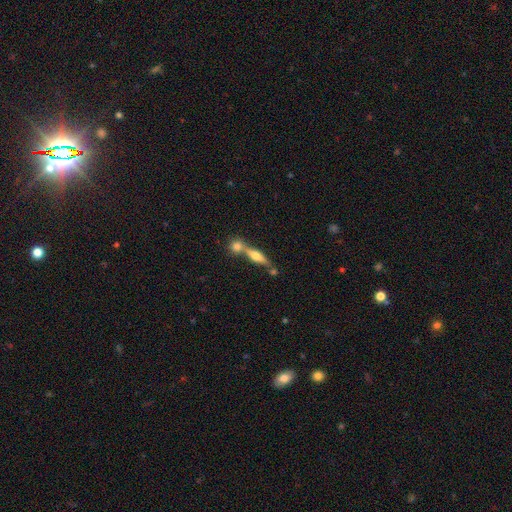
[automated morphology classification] Smooth or featured?
  - featured or disk: 55% *
  - smooth: 38%
  - star or artifact: 8%
Edge-on disk?
  - yes: 91% *
  - no: 9%
Merging?
  - none: 54% *
  - merger: 33%
  - minor disturbance: 10%
  - major disturbance: 3%